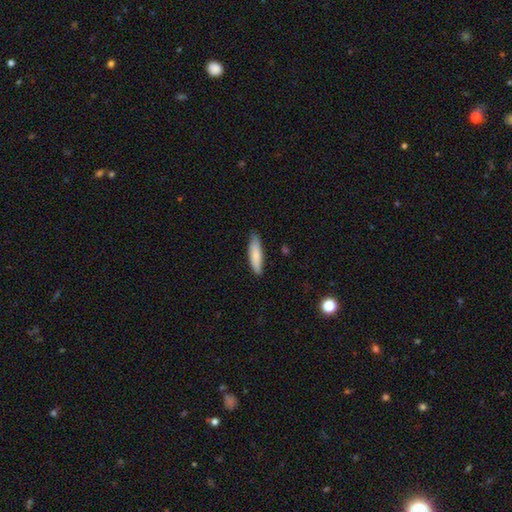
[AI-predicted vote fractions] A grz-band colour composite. It shows a smooth galaxy with no disk features (82%) that is cigar-shaped (71%). Merging: none (83%).